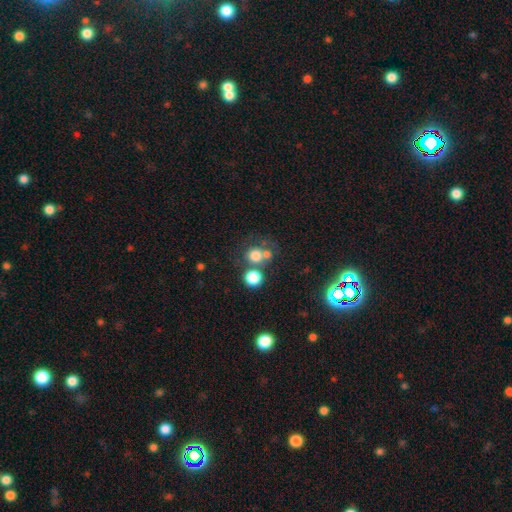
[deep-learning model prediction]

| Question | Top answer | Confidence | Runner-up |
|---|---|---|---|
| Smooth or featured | smooth | 72% | star or artifact (16%) |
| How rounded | round | 87% | in between (12%) |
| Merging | none | 49% | merger (36%) |